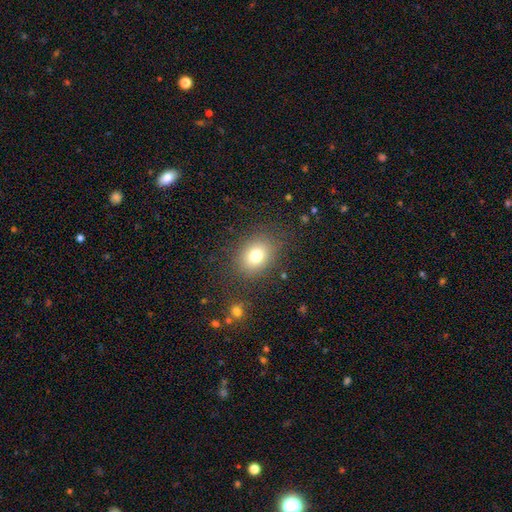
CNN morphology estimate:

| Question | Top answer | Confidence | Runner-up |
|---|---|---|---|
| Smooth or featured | smooth | 76% | star or artifact (12%) |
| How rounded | in between | 54% | round (45%) |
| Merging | none | 82% | minor disturbance (11%) |